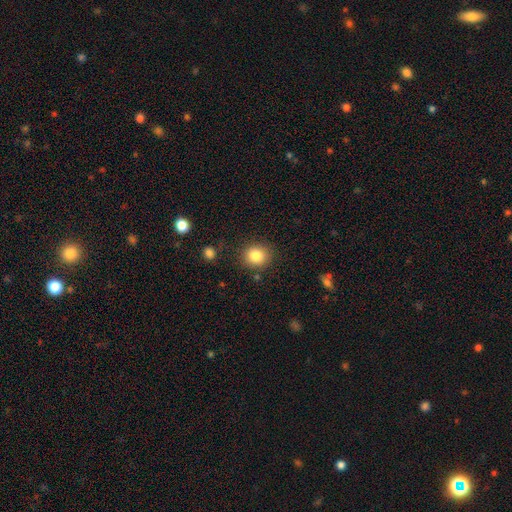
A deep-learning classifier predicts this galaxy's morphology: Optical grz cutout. It shows a smooth galaxy with no disk features (83%) that is round (81%). Merging: none (85%).